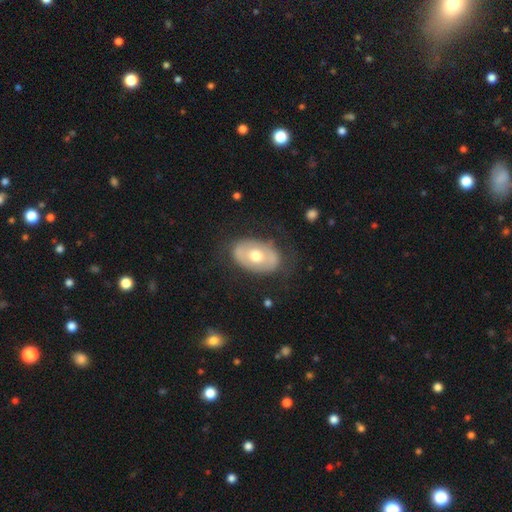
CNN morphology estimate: smooth-or-featured: featured or disk: 49% | smooth: 46% | star or artifact: 6%
  merging: none: 74% | minor disturbance: 17% | major disturbance: 8% | merger: 1%